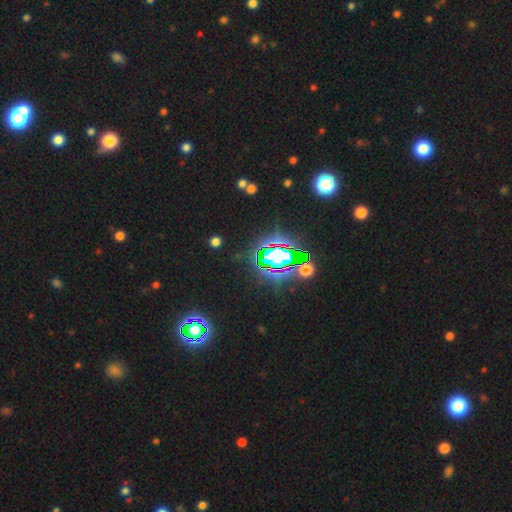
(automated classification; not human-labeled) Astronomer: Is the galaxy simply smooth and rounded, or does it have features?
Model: star or artifact — 77%.